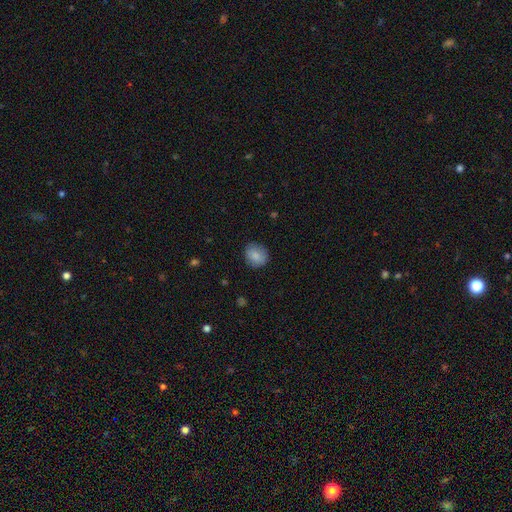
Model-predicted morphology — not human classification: Smooth or featured? Predicted: smooth (p=0.85). How rounded? Predicted: round (p=0.74). Merging? Predicted: none (p=0.82).